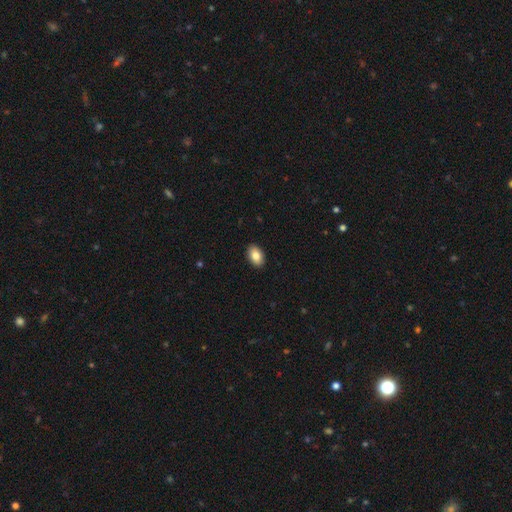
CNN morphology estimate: Smooth or featured? Predicted: smooth (p=0.84). How rounded? Predicted: in between (p=0.89). Merging? Predicted: none (p=0.91).